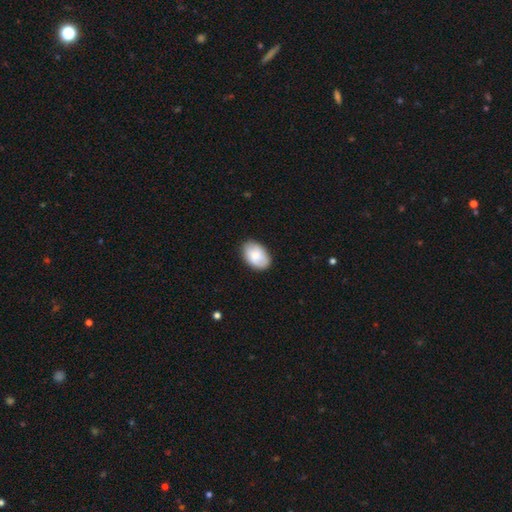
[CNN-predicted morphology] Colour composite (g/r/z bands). It shows a smooth galaxy with no disk features (78%) that is in between round and cigar-shaped (88%). Merging: none (82%).